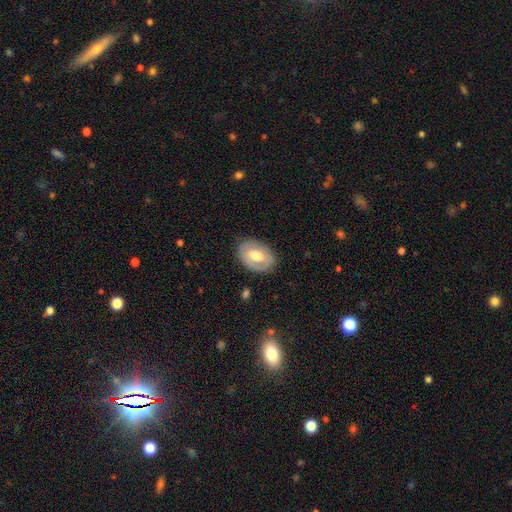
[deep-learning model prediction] Smooth or featured?
  - smooth: 51% *
  - featured or disk: 43%
  - star or artifact: 6%
How rounded?
  - in between: 82% *
  - round: 17%
  - cigar-shaped: 1%
Merging?
  - none: 81% *
  - minor disturbance: 14%
  - major disturbance: 4%
  - merger: 1%